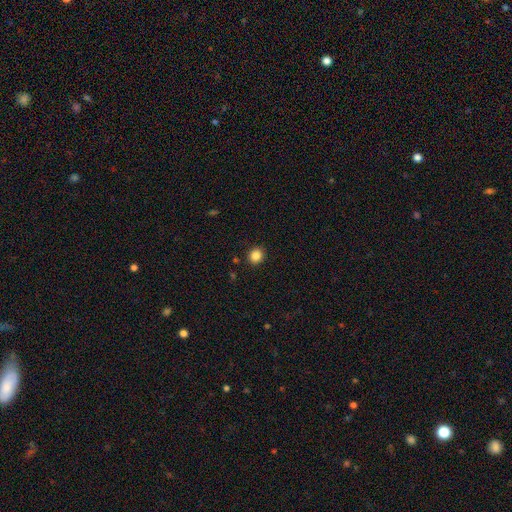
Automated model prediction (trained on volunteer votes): Smooth or featured? Predicted: smooth (p=0.86). How rounded? Predicted: round (p=0.80). Merging? Predicted: none (p=0.91).